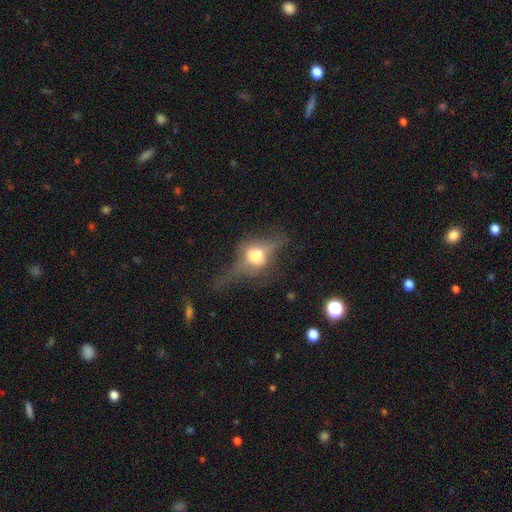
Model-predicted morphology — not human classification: The model was most divided on "merging": none: 43%, major disturbance: 31%, minor disturbance: 22%, merger: 4%. More confident: edge-on disk — yes (74%); smooth or featured — featured or disk (52%).